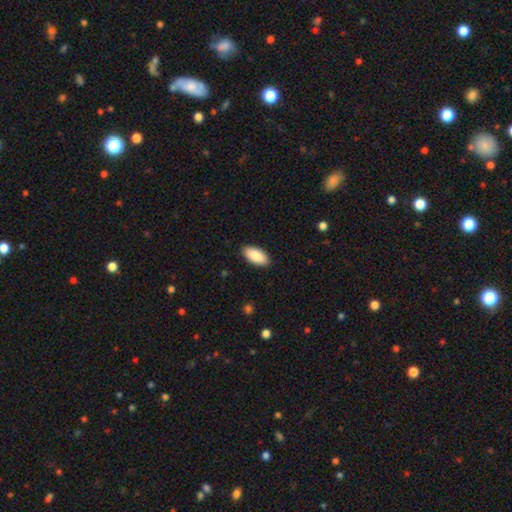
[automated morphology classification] This is clearly a smooth galaxy (89%). How rounded: clearly in between (93%). Merging: clearly none (90%).